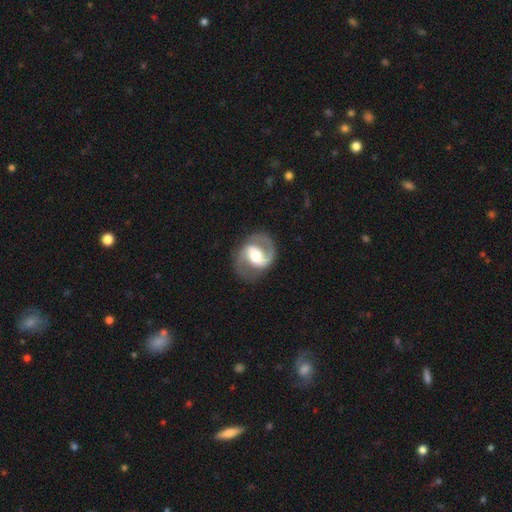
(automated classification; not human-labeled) Overall: featured or disk (86%). Edge-on disk: no (98%). Bar: weak (40%; strong 38%). Spiral arms: yes (93%). Spiral arm count: 2 (90%). Spiral winding: medium (56%; loose 23%). Bulge size: moderate (62%). Merging: none (81%).